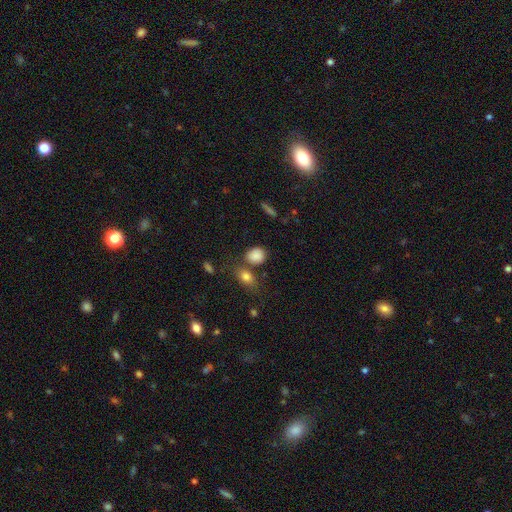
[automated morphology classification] Smooth or featured?
  - smooth: 86% *
  - star or artifact: 9%
  - featured or disk: 5%
How rounded?
  - round: 57% *
  - in between: 41%
  - cigar-shaped: 2%
Merging?
  - none: 67% *
  - merger: 14%
  - minor disturbance: 14%
  - major disturbance: 5%